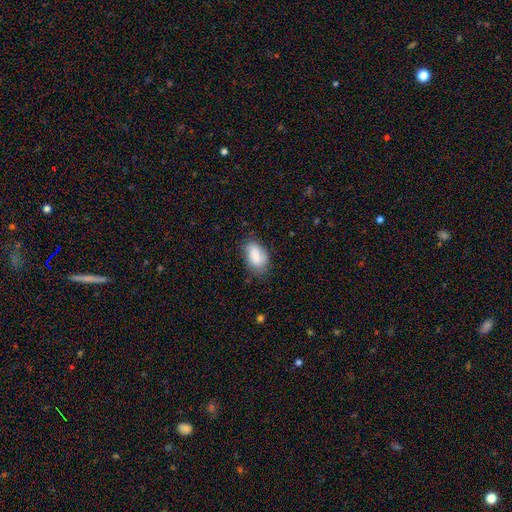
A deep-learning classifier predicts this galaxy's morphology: This is likely a smooth galaxy (79%). How rounded: clearly in between (91%). Merging: likely none (64%).